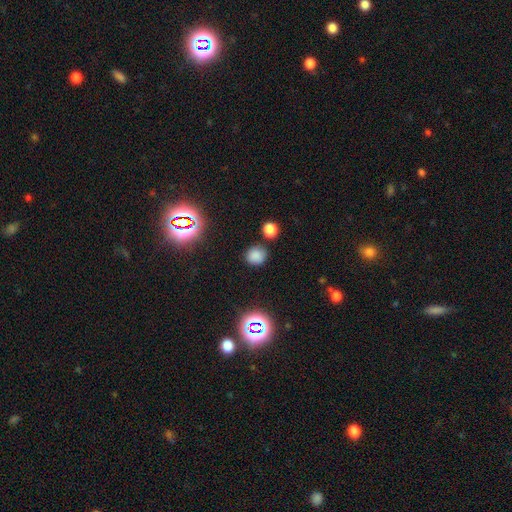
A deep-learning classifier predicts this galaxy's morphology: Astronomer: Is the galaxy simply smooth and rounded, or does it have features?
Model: smooth — 76%.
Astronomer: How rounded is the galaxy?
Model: round — 81%.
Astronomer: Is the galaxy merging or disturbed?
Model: none — 80%.